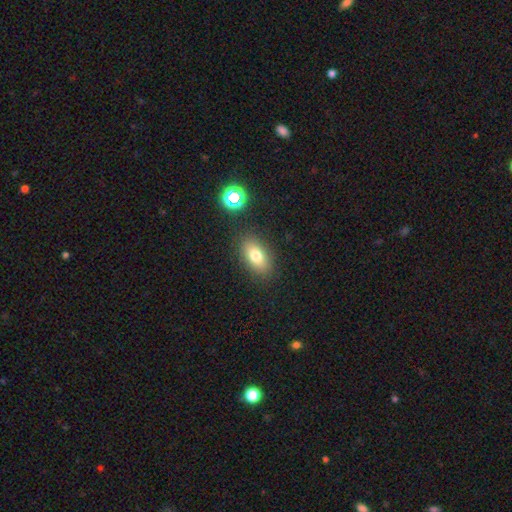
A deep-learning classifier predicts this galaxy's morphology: smooth-or-featured: smooth: 76% | featured or disk: 13% | star or artifact: 11%
  how-rounded: in between: 87% | round: 10% | cigar-shaped: 4%
  merging: none: 86% | minor disturbance: 9% | major disturbance: 3% | merger: 2%